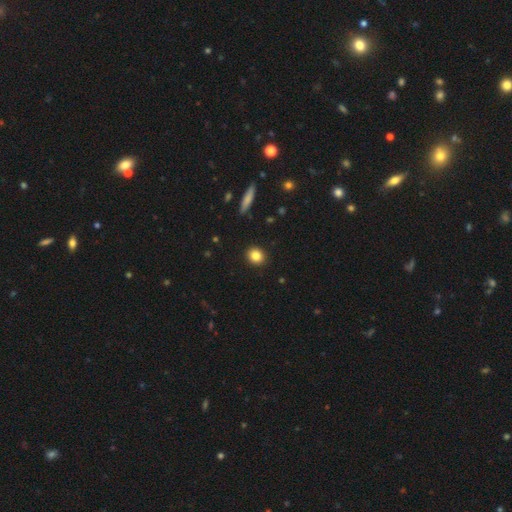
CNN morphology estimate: A smooth galaxy with no disk features (84%) that is round (80%).

Vote fractions:
- Smooth or featured? smooth: 84% / star or artifact: 10% / featured or disk: 6%
- How rounded? round: 80% / in between: 18% / cigar-shaped: 1%
- Merging? none: 92% / minor disturbance: 5% / major disturbance: 2% / merger: 1%